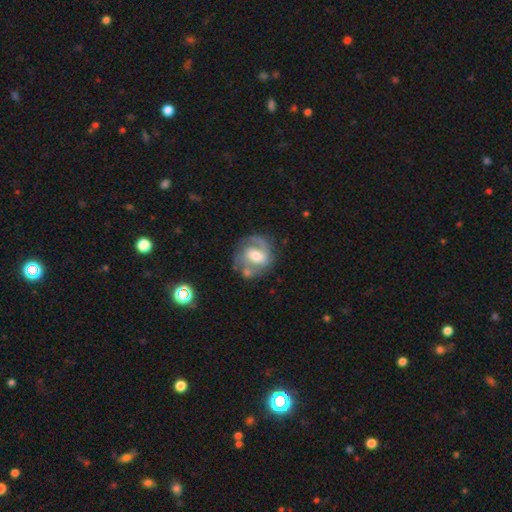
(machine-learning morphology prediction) This is likely a featured or disk galaxy (73%). It is clearly not viewed edge-on (97%). Bar: possibly weak (46%). Spiral arm pattern: clearly yes (86%). Spiral arm count: likely 2 (64%). Spiral winding: possibly medium (46%). Central bulge: likely moderate (64%). Merging: likely none (61%).